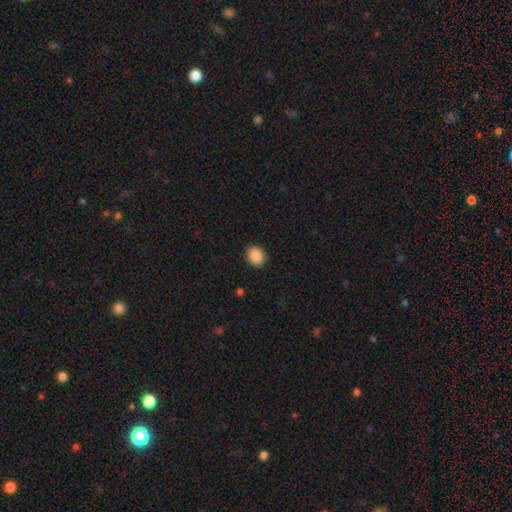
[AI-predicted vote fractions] The model was most divided on "how rounded": round: 55%, in between: 44%, cigar-shaped: 1%. More confident: merging — none (90%); smooth or featured — smooth (89%).